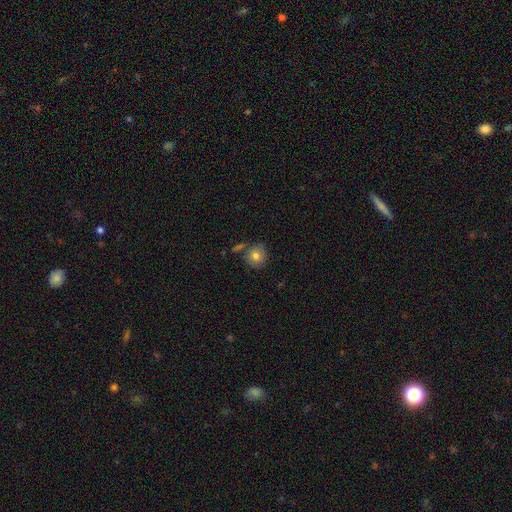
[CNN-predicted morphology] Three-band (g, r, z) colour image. It shows a smooth galaxy with no disk features (80%) that is round (87%). Merging: none (71%).